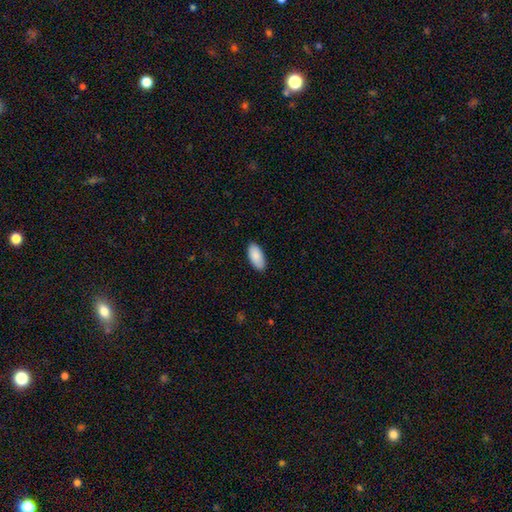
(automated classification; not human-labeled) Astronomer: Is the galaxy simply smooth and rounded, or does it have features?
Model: smooth — 89%.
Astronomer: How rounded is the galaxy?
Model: in between — 93%.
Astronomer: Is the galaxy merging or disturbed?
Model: none — 87%.